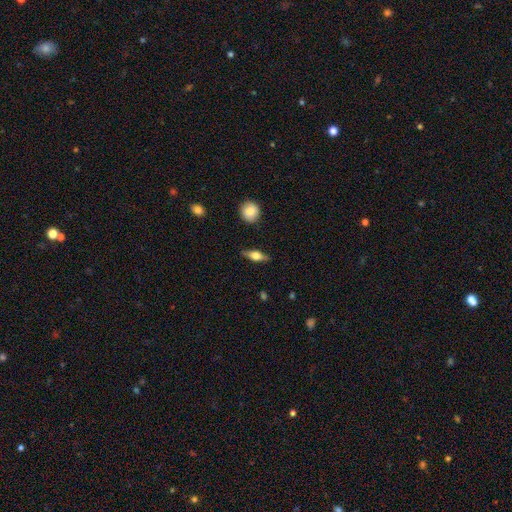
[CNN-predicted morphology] Smooth or featured? featured or disk (47%)
Merging? none (84%)